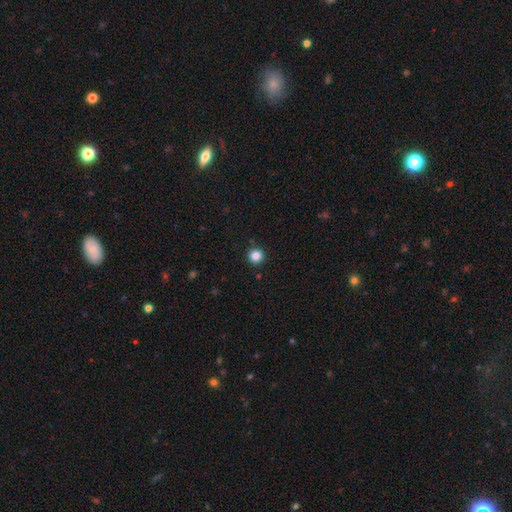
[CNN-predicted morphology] A smooth galaxy with no disk features (84%) that is round (95%). Merging: none (92%).